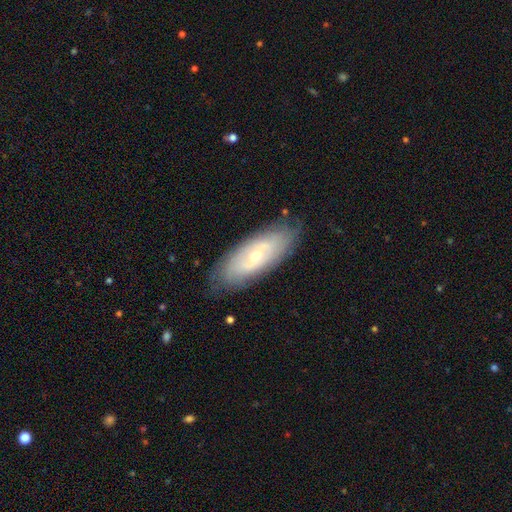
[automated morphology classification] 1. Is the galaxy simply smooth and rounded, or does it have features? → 64% featured or disk, 29% smooth, 7% star or artifact.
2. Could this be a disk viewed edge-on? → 83% no, 17% yes.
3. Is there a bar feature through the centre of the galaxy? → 61% no, 30% weak, 10% strong.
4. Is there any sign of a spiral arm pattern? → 60% yes, 40% no.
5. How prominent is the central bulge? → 51% small, 46% moderate, 2% large, 1% none, 1% dominant.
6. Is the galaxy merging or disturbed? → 81% none, 14% minor disturbance, 4% major disturbance, 1% merger.